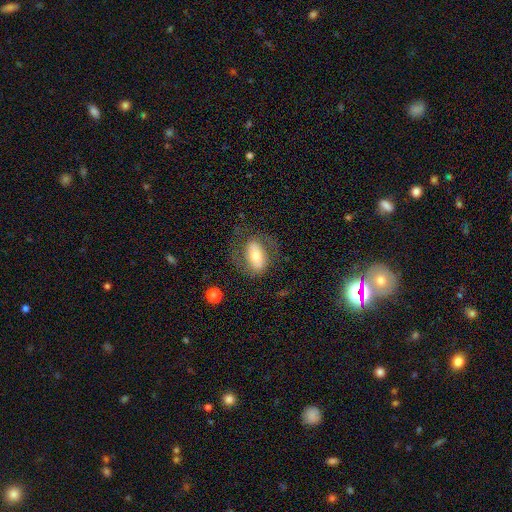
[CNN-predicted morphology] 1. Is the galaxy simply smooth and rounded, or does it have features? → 48% featured or disk, 45% smooth, 7% star or artifact.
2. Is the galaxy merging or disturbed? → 62% none, 18% minor disturbance, 18% major disturbance, 2% merger.